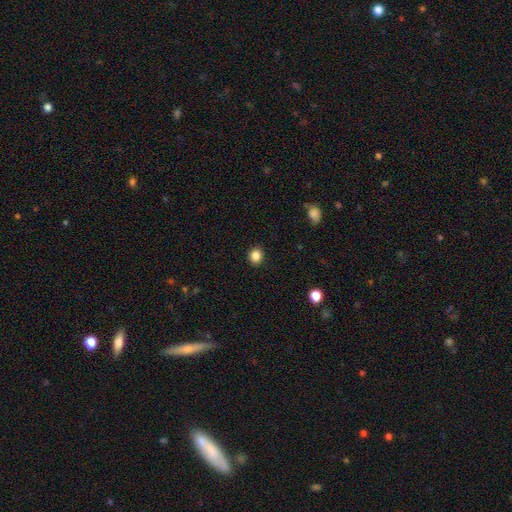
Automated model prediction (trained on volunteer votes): Smooth or featured? Predicted: smooth (p=0.86). How rounded? Predicted: round (p=0.69). Merging? Predicted: none (p=0.90).